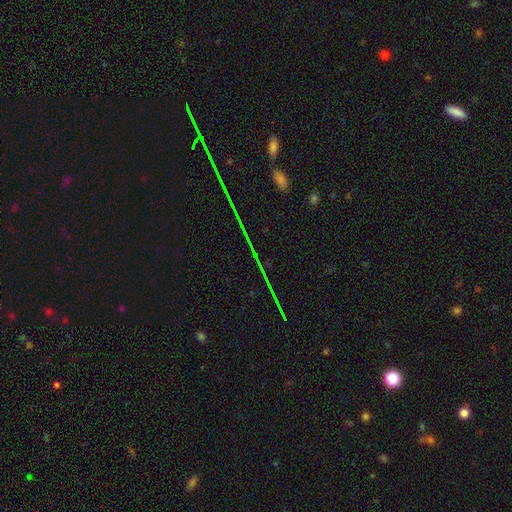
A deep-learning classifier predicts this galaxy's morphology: The model was most divided on "smooth or featured": star or artifact: 80%, featured or disk: 12%, smooth: 8%.